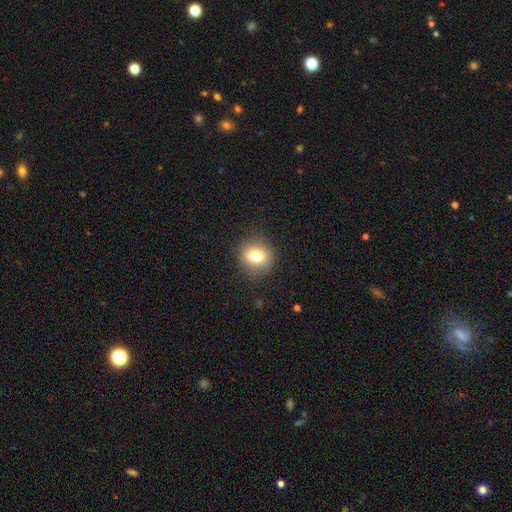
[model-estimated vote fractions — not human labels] smooth_or_featured: smooth (p=0.77) [alt: featured or disk p=0.12]
how_rounded: round (p=0.75) [alt: in between p=0.23]
merging: none (p=0.88) [alt: minor disturbance p=0.08]